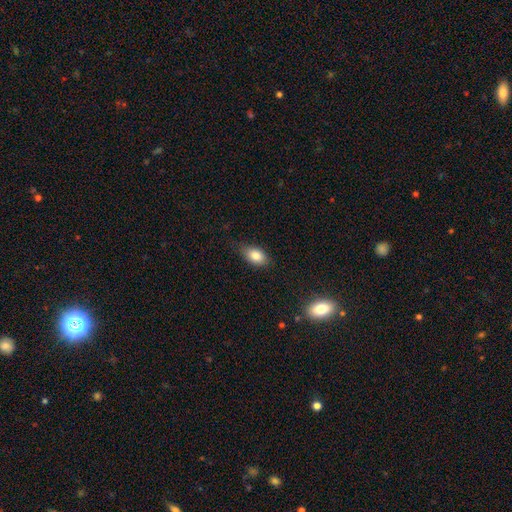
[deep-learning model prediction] Q: Smooth or featured?
A: smooth (83%); runner-up: featured or disk (9%)
Q: How rounded?
A: in between (87%); runner-up: round (10%)
Q: Merging?
A: none (76%); runner-up: minor disturbance (19%)